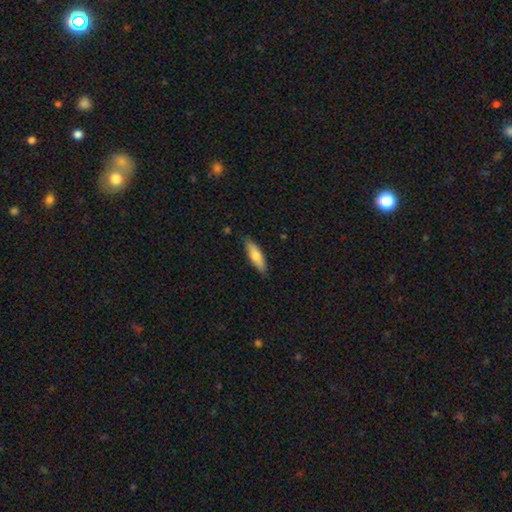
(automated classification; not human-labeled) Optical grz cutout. It shows a smooth galaxy with no disk features (70%) that is cigar-shaped (58%). Merging: none (85%).